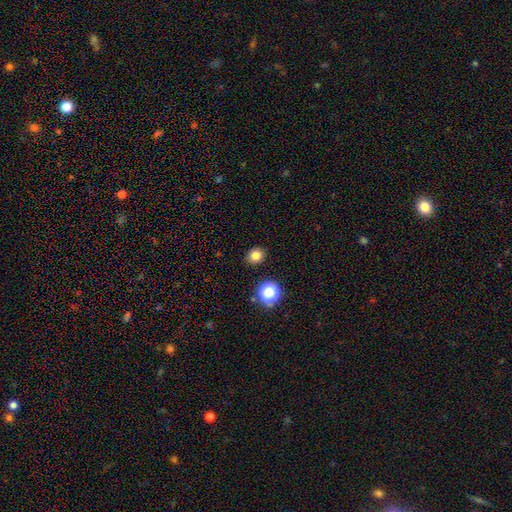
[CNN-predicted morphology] Smooth or featured: smooth — 79% (star or artifact — 14%)
How rounded: round — 76% (in between — 23%)
Merging: none — 90% (minor disturbance — 7%)